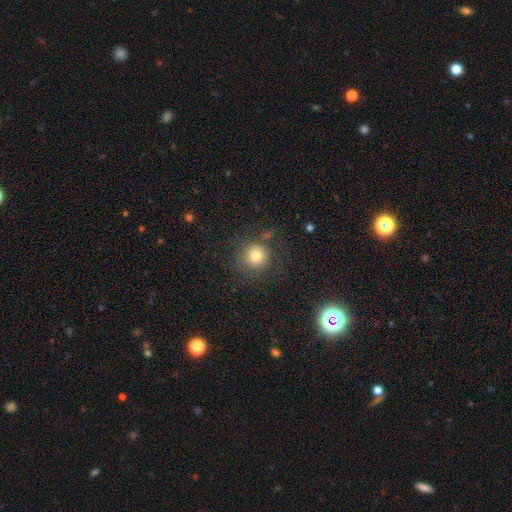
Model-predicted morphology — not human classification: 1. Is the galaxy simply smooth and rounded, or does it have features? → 80% smooth, 12% star or artifact, 8% featured or disk.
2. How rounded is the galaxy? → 93% round, 6% in between, 1% cigar-shaped.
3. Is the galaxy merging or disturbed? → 77% none, 12% minor disturbance, 6% major disturbance, 4% merger.